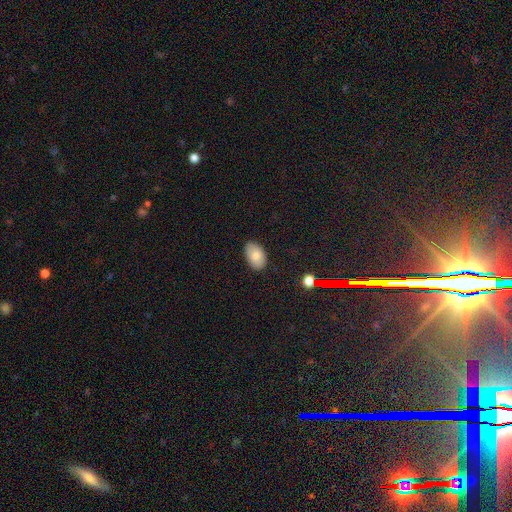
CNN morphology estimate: Smooth or featured: smooth — 79% (featured or disk — 13%)
How rounded: in between — 91% (round — 8%)
Merging: none — 85% (minor disturbance — 12%)